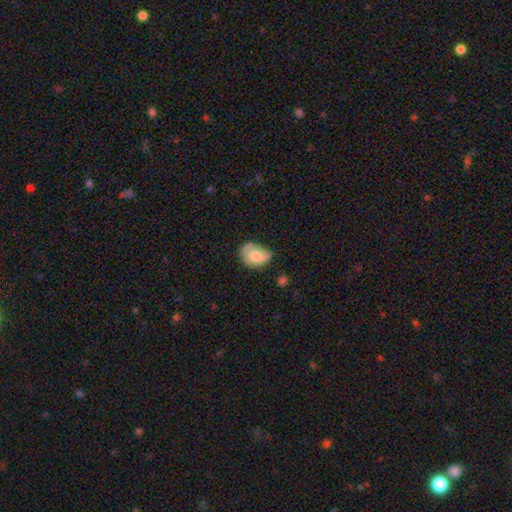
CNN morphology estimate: A smooth galaxy with no disk features (67%) that is in between round and cigar-shaped (66%). Merging: none (46%).